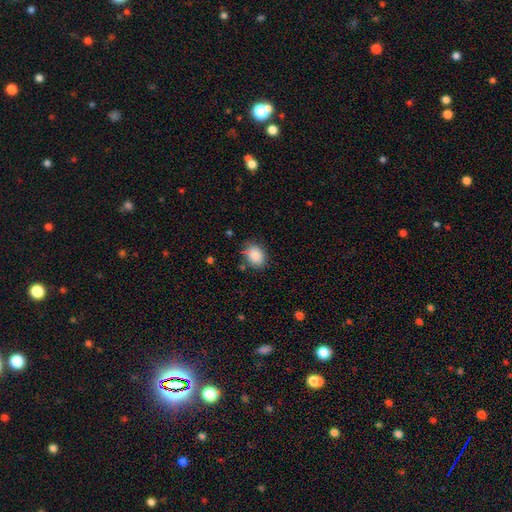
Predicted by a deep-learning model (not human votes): This appears to be a smooth galaxy with no disk features (87%) that is in between round and cigar-shaped (63%). Merging: none (74%).